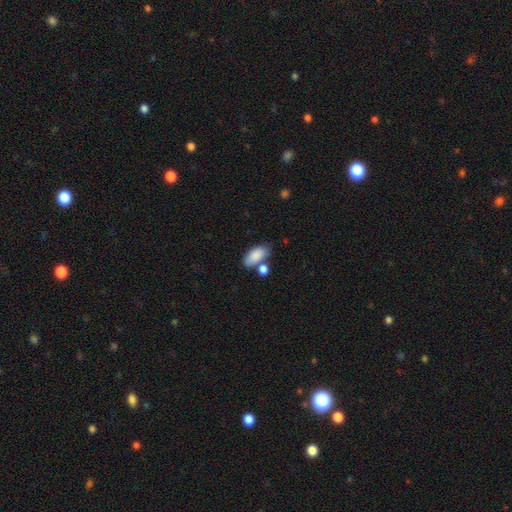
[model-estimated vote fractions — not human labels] The model was most divided on "merging": none: 59%, merger: 22%, minor disturbance: 15%, major disturbance: 5%. More confident: how rounded — in between (92%); smooth or featured — smooth (86%).